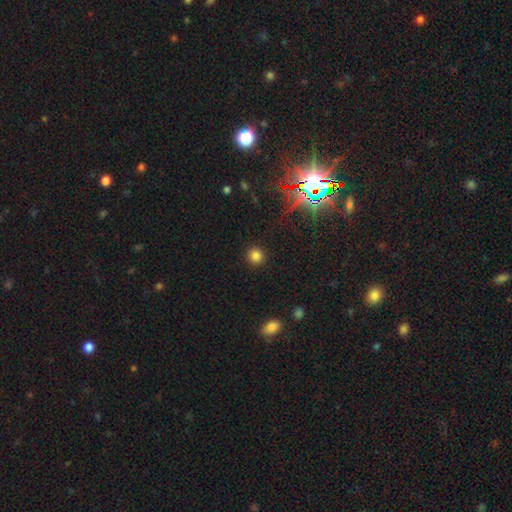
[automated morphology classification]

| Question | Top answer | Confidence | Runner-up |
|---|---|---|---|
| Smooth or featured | smooth | 80% | star or artifact (15%) |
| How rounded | round | 93% | in between (6%) |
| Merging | none | 91% | minor disturbance (5%) |